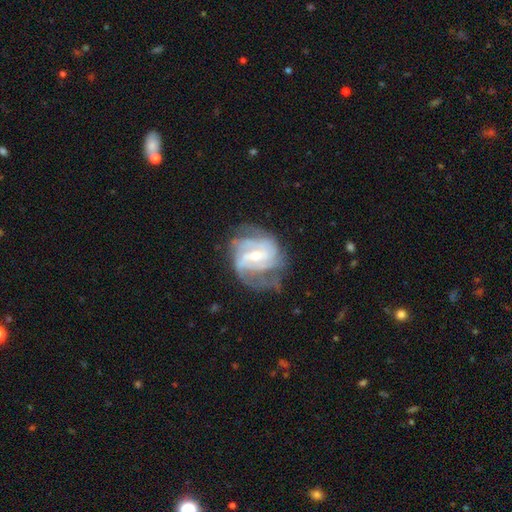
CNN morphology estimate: smooth_or_featured: featured or disk (p=0.86) [alt: smooth p=0.08]
disk_edge_on: no (p=0.97) [alt: yes p=0.03]
bar: weak (p=0.49) [alt: no p=0.29]
has_spiral_arms: yes (p=0.94) [alt: no p=0.06]
spiral_winding: tight (p=0.43) [tied with: medium p=0.43]
spiral_arm_count: can't tell (p=0.27) [alt: 3 p=0.26]
bulge_size: small (p=0.53) [alt: moderate p=0.43]
merging: none (p=0.55) [alt: minor disturbance p=0.23]